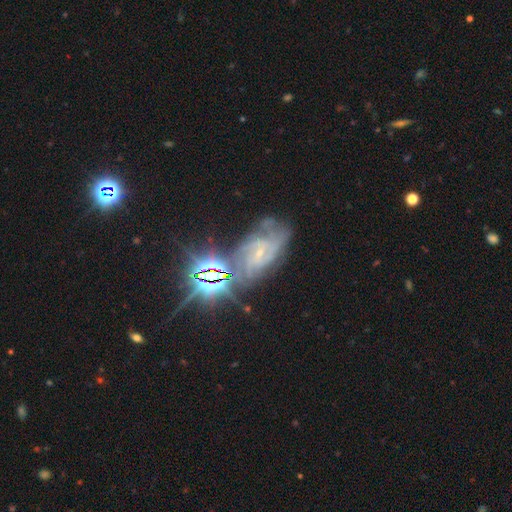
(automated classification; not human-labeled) This appears to be a featured or disk galaxy (48%). Merging: none (41%).